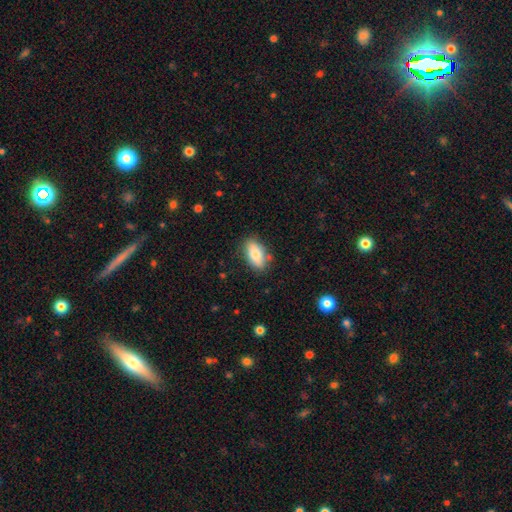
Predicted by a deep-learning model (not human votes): Morphology: type=smooth (81%); roundness=in between (89%); merging=none (81%).